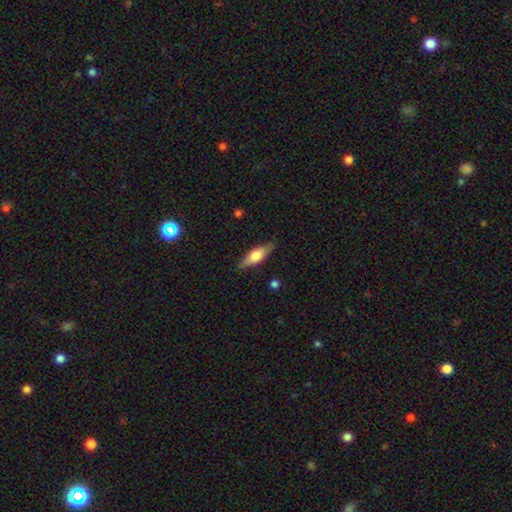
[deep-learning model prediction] Overall: smooth (56%; featured or disk 39%). How rounded: cigar-shaped (53%; in between 45%). Merging: none (86%).